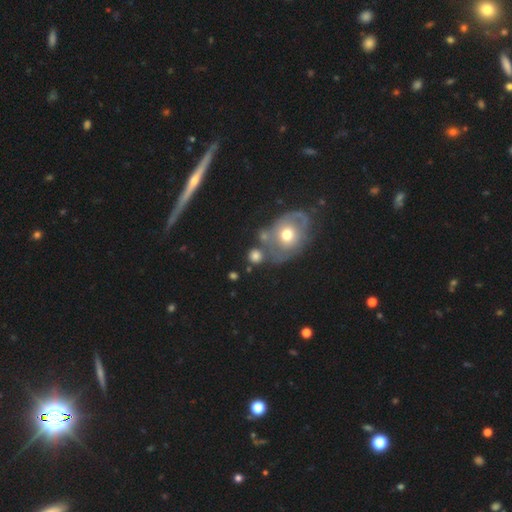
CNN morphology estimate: smooth-or-featured: smooth: 72% | featured or disk: 16% | star or artifact: 12%
  how-rounded: round: 81% | in between: 18% | cigar-shaped: 1%
  merging: none: 58% | merger: 23% | minor disturbance: 12% | major disturbance: 8%